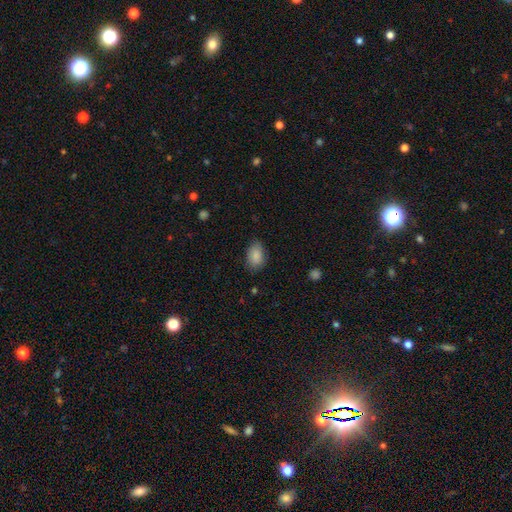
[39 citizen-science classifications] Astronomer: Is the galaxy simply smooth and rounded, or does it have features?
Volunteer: smooth — 85%.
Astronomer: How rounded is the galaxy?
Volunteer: in between — 91%.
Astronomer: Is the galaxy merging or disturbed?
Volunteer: none — 79%.